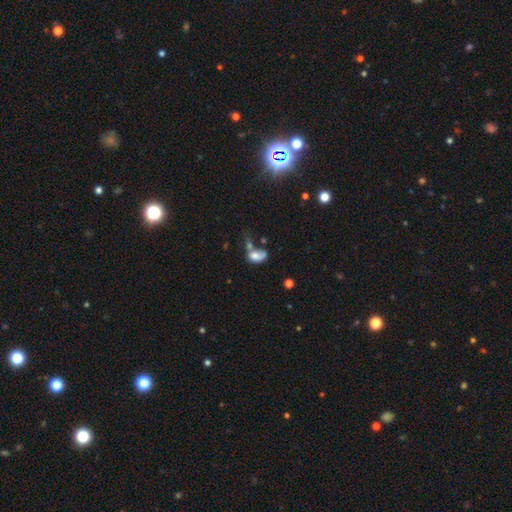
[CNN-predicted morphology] smooth_or_featured: smooth (p=0.64) [alt: featured or disk p=0.25]
how_rounded: in between (p=0.82) [alt: round p=0.16]
merging: merger (p=0.40) [alt: major disturbance p=0.24]